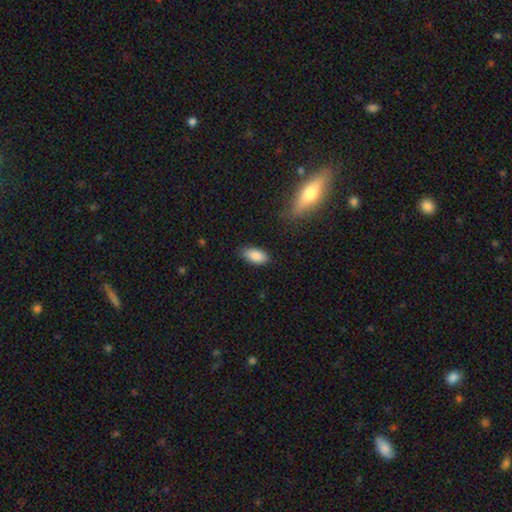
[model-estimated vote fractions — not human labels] This is clearly a smooth galaxy (88%). How rounded: clearly in between (92%). Merging: clearly none (83%).